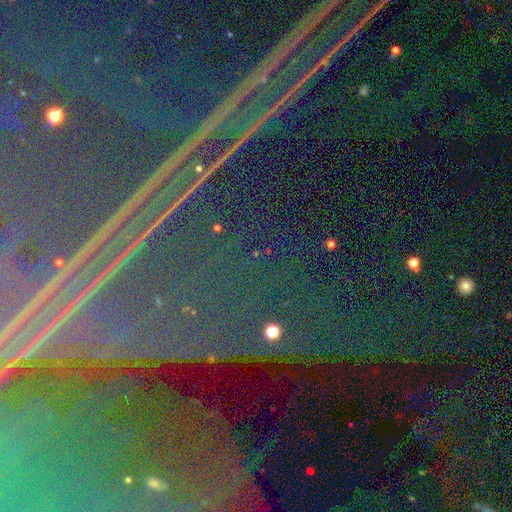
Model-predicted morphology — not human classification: Overall: star or artifact (89%).